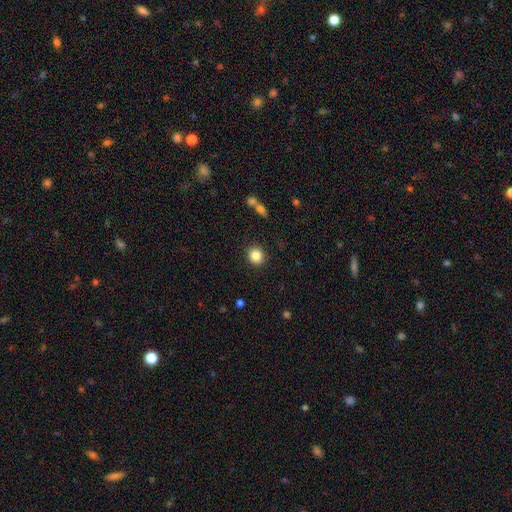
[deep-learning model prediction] smooth 85%, star or artifact 10%, featured or disk 5%. Down the decision tree: how rounded — round (84%); merging — none (89%).